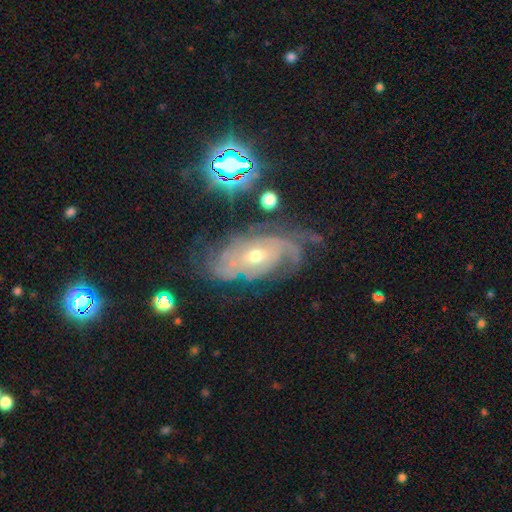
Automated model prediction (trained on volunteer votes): Smooth or featured: featured or disk — 83% (star or artifact — 10%)
Edge-on disk: no — 94% (yes — 6%)
Bar: no — 67% (weak — 25%)
Spiral arms: yes — 95% (no — 5%)
Spiral winding: tight — 63% (medium — 28%)
Spiral arm count: can't tell — 37% (3 — 20%)
Bulge size: small — 49% (moderate — 48%)
Merging: none — 63% (minor disturbance — 22%)